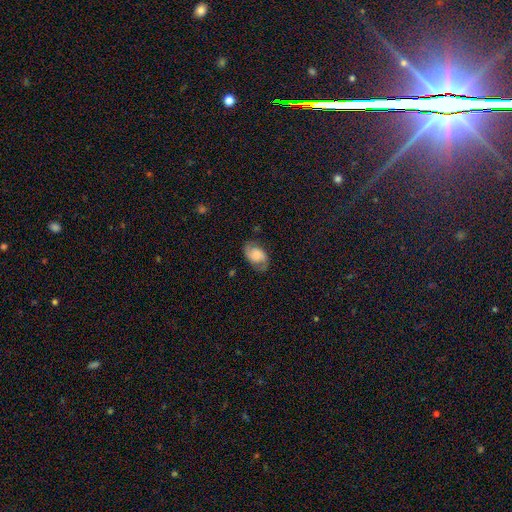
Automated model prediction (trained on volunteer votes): smooth_or_featured: featured or disk (p=0.52) [alt: smooth p=0.40]
disk_edge_on: no (p=0.96) [alt: yes p=0.04]
bar: no (p=0.62) [alt: weak p=0.31]
has_spiral_arms: yes (p=0.89) [alt: no p=0.11]
bulge_size: moderate (p=0.36) [alt: small p=0.29]
merging: none (p=0.75) [alt: minor disturbance p=0.18]